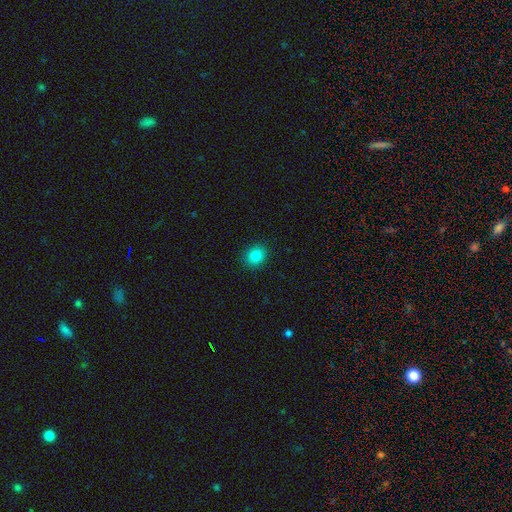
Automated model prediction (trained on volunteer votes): Q: Smooth or featured?
A: smooth (83%); runner-up: star or artifact (11%)
Q: How rounded?
A: round (70%); runner-up: in between (29%)
Q: Merging?
A: none (90%); runner-up: minor disturbance (7%)